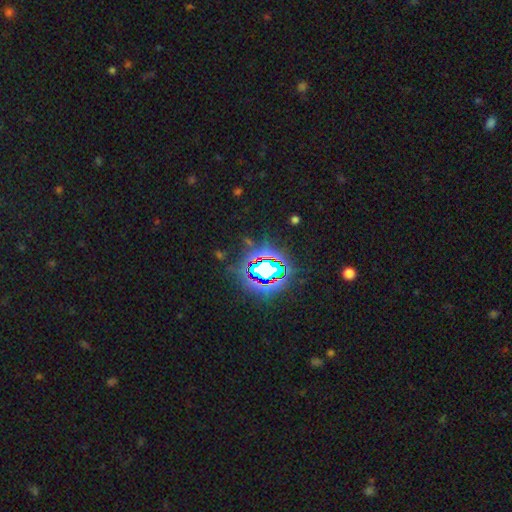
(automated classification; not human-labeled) Morphology: type=star or artifact (81%).